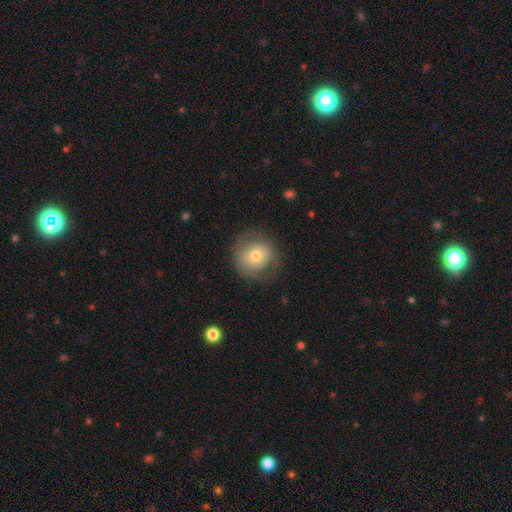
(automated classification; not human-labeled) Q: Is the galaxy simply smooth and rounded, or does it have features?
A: smooth — 57%.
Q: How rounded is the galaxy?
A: round — 87%.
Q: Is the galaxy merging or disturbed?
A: none — 73%.